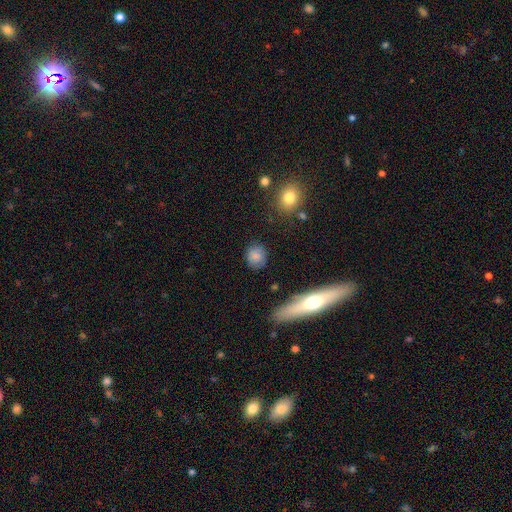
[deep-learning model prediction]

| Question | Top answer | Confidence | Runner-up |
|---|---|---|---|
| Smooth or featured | smooth | 79% | featured or disk (11%) |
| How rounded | round | 75% | in between (23%) |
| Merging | none | 80% | minor disturbance (14%) |